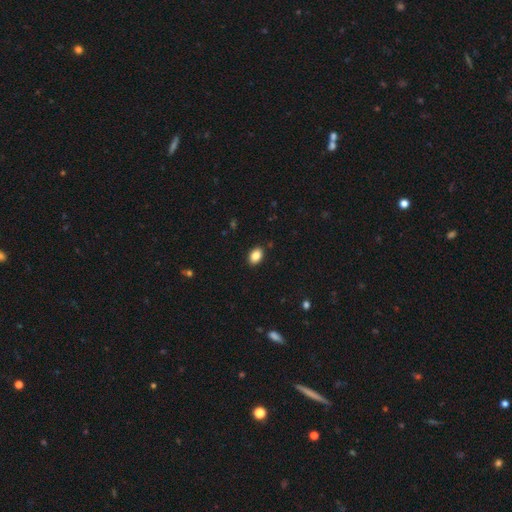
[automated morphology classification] This appears to be a smooth galaxy with no disk features (87%) that is in between round and cigar-shaped (83%). Merging: none (89%).